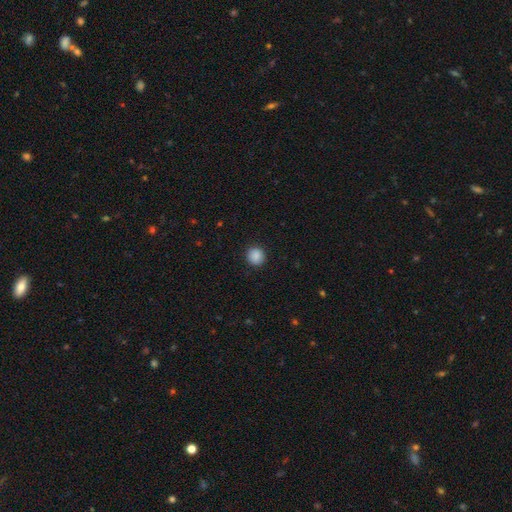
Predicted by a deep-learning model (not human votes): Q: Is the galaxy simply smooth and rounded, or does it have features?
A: smooth — 89%.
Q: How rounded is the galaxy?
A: round — 91%.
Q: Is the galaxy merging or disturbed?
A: none — 91%.